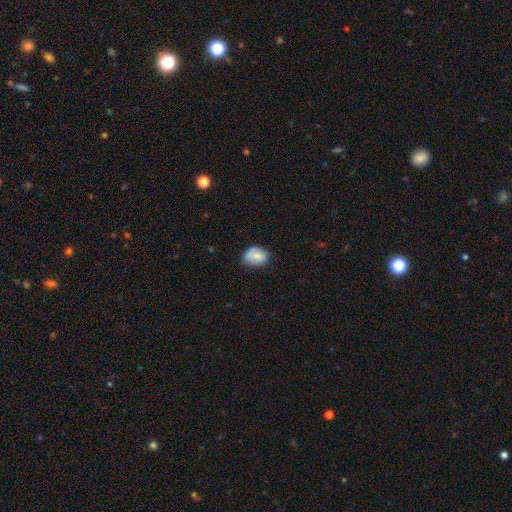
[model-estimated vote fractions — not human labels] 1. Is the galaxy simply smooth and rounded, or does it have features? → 76% smooth, 16% featured or disk, 8% star or artifact.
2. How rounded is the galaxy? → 64% in between, 34% round, 1% cigar-shaped.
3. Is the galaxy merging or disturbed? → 58% none, 32% minor disturbance, 7% major disturbance, 3% merger.